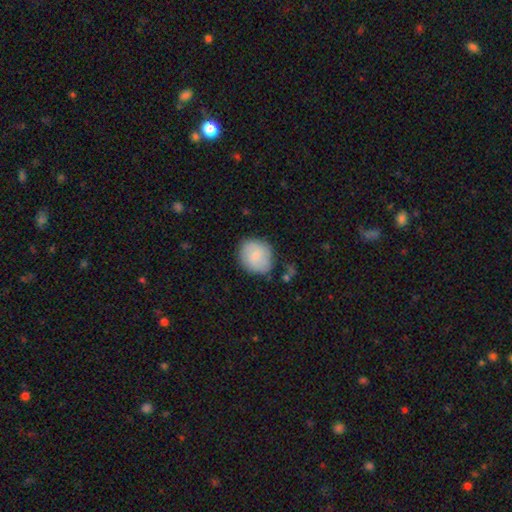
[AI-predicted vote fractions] A smooth galaxy with no disk features (77%) that is round (75%). Merging: none (77%).